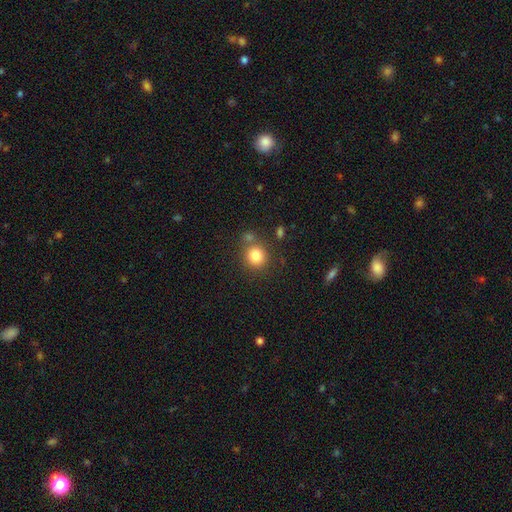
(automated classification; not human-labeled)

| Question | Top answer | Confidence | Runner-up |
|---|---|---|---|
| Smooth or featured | smooth | 82% | star or artifact (11%) |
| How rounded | round | 87% | in between (12%) |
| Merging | none | 72% | merger (14%) |